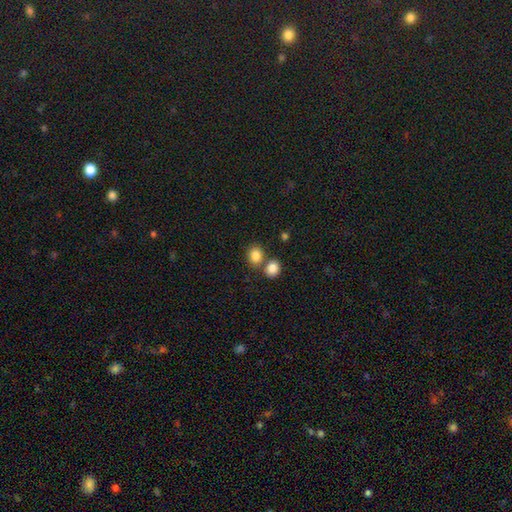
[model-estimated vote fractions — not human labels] Smooth or featured? Predicted: smooth (p=0.84). How rounded? Predicted: round (p=0.58). Merging? Predicted: none (p=0.59).